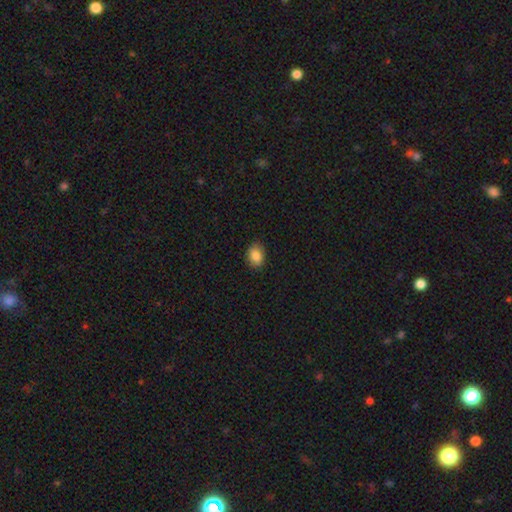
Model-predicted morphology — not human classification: A smooth galaxy with no disk features (88%) that is in between round and cigar-shaped (73%).

Vote fractions:
- Smooth or featured? smooth: 88% / star or artifact: 8% / featured or disk: 4%
- How rounded? in between: 73% / round: 26% / cigar-shaped: 1%
- Merging? none: 86% / minor disturbance: 11% / major disturbance: 2% / merger: 1%